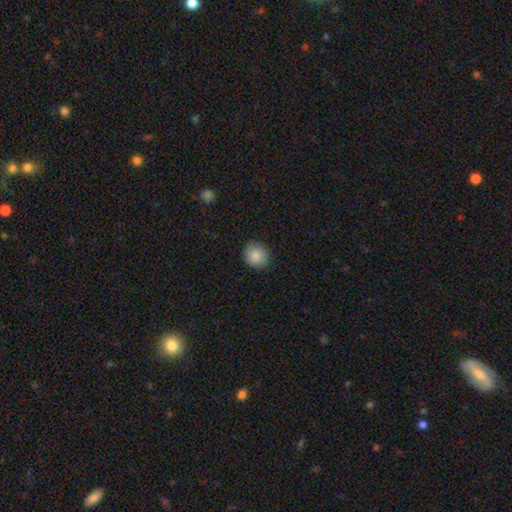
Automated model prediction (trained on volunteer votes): Smooth or featured: smooth — 86% (star or artifact — 8%)
How rounded: round — 85% (in between — 14%)
Merging: none — 87% (minor disturbance — 10%)